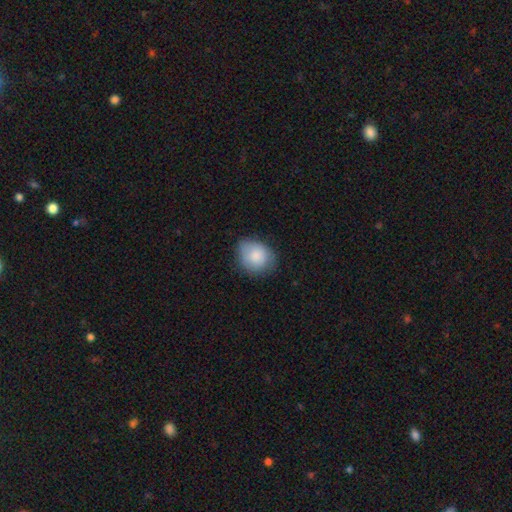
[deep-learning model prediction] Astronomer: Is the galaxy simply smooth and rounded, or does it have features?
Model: smooth — 82%.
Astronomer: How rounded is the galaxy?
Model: round — 58% (runner-up: in between, 41%).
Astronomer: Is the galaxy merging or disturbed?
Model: none — 68%.